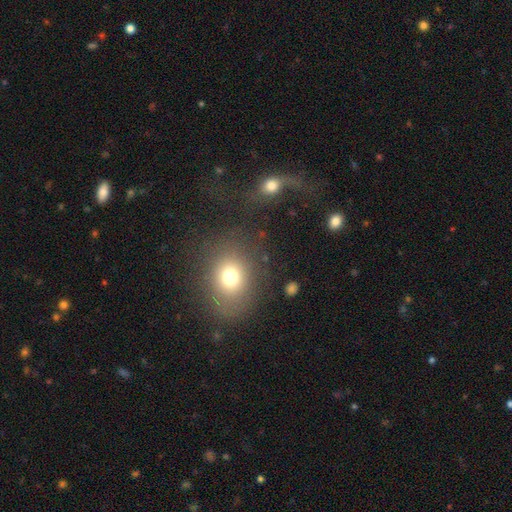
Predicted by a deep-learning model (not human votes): smooth_or_featured: smooth (p=0.64) [alt: star or artifact p=0.21]
how_rounded: round (p=0.60) [alt: in between p=0.38]
merging: none (p=0.66) [alt: minor disturbance p=0.12]